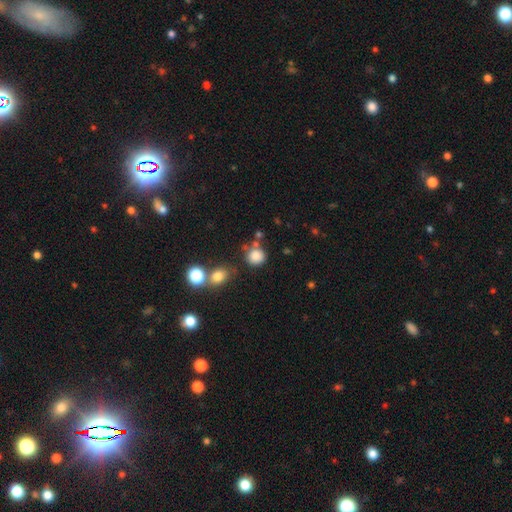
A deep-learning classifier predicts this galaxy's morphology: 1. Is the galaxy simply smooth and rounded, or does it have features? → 83% smooth, 12% star or artifact, 5% featured or disk.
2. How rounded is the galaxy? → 86% round, 13% in between, 1% cigar-shaped.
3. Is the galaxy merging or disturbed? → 68% none, 14% minor disturbance, 13% merger, 5% major disturbance.